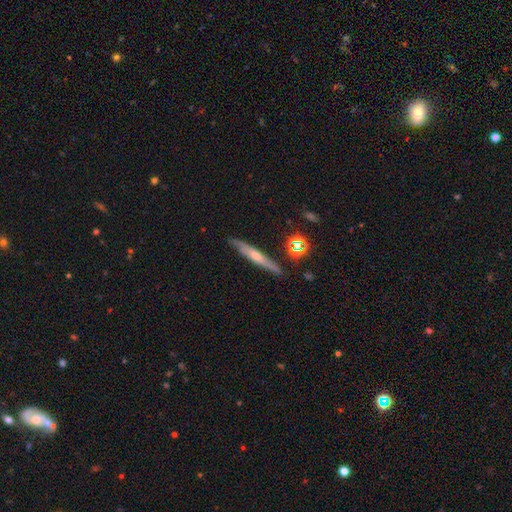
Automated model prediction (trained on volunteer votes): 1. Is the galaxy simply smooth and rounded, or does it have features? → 57% featured or disk, 34% smooth, 9% star or artifact.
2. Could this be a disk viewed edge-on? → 90% yes, 10% no.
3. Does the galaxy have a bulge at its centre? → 63% rounded, 31% none, 6% boxy.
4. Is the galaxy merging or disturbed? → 84% none, 11% minor disturbance, 2% merger, 2% major disturbance.